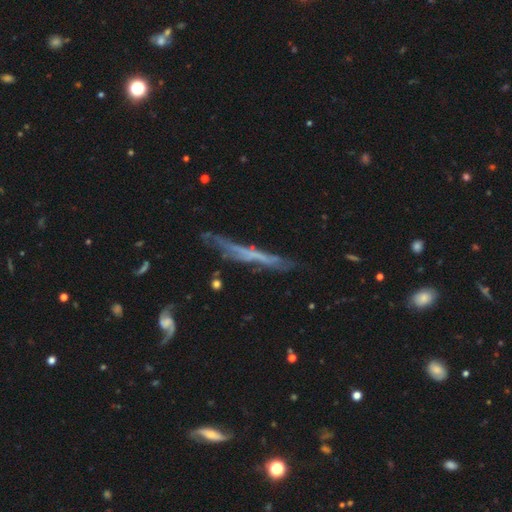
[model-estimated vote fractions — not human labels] Smooth or featured? Predicted: featured or disk (p=0.58). Edge-on disk? Predicted: yes (p=0.85). Merging? Predicted: none (p=0.65).